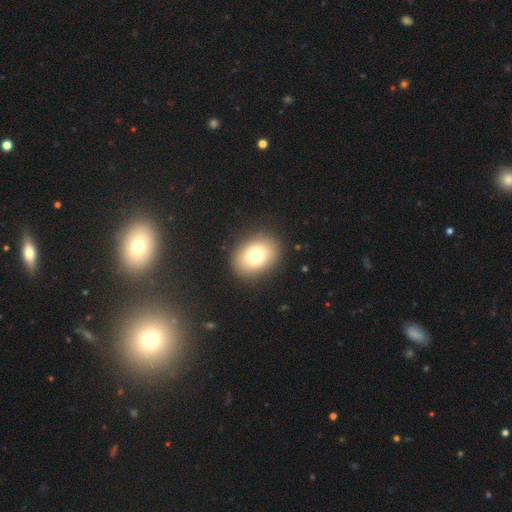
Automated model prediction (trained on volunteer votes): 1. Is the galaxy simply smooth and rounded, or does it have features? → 80% smooth, 11% featured or disk, 9% star or artifact.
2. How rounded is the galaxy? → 65% in between, 34% round, 1% cigar-shaped.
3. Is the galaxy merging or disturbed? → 89% none, 7% minor disturbance, 3% major disturbance, 1% merger.